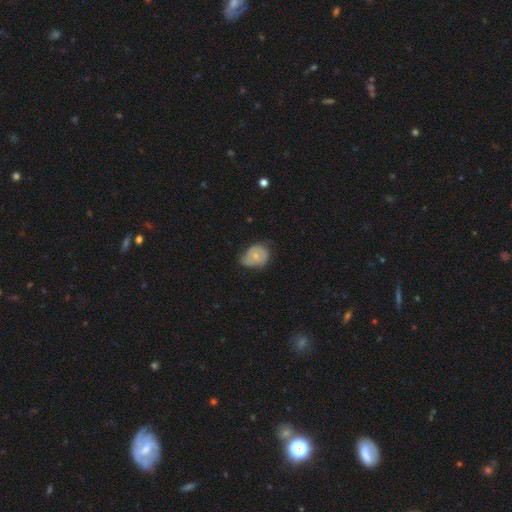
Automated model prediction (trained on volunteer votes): This appears to be a smooth galaxy with no disk features (57%) that is in between round and cigar-shaped (53%). Merging: minor disturbance (45%).